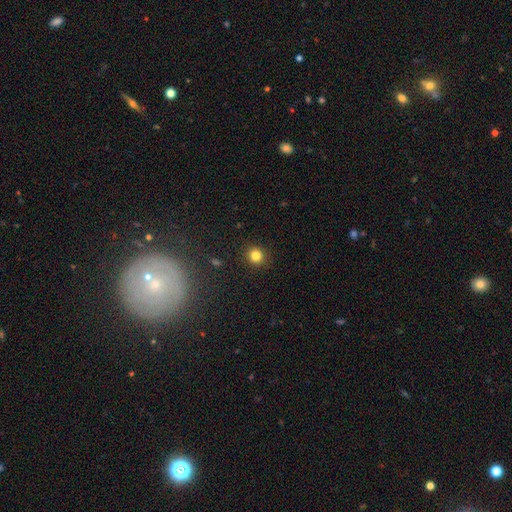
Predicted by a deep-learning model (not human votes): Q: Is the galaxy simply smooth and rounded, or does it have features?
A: smooth — 82%.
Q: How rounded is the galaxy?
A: round — 90%.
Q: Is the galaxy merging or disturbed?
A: none — 91%.